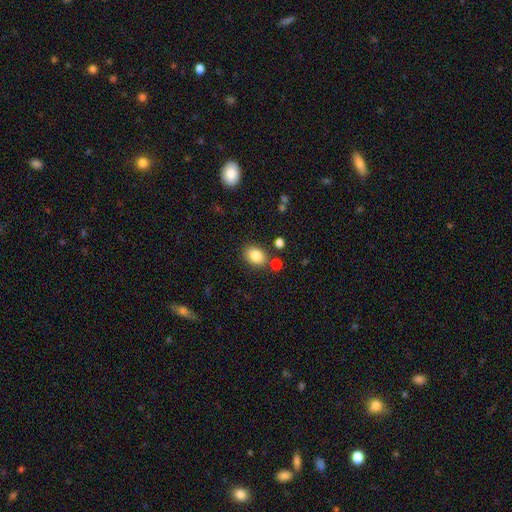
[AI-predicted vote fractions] A smooth galaxy with no disk features (84%) that is in between round and cigar-shaped (67%).

Vote fractions:
- Smooth or featured? smooth: 84% / star or artifact: 9% / featured or disk: 7%
- How rounded? in between: 67% / round: 32% / cigar-shaped: 1%
- Merging? none: 77% / minor disturbance: 11% / merger: 9% / major disturbance: 3%